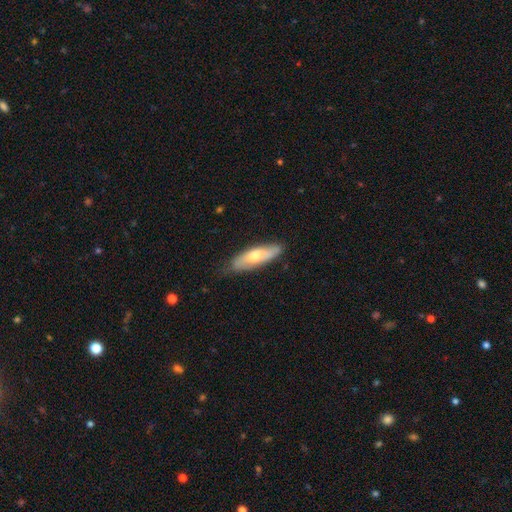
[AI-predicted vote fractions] smooth-or-featured: smooth: 59% | featured or disk: 36% | star or artifact: 5%
  how-rounded: in between: 49% (tied) | cigar-shaped: 49% (tied) | round: 2%
  merging: none: 78% | minor disturbance: 18% | major disturbance: 3% | merger: 1%